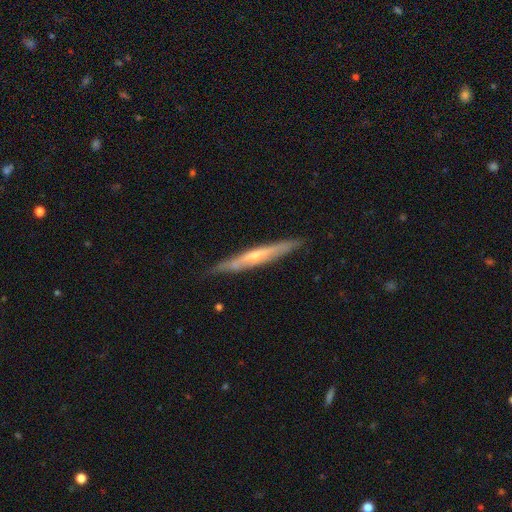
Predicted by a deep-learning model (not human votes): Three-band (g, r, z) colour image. It shows a featured or disk galaxy (61%) viewed edge-on (92%) with a rounded central bulge (52%). Merging: none (84%).